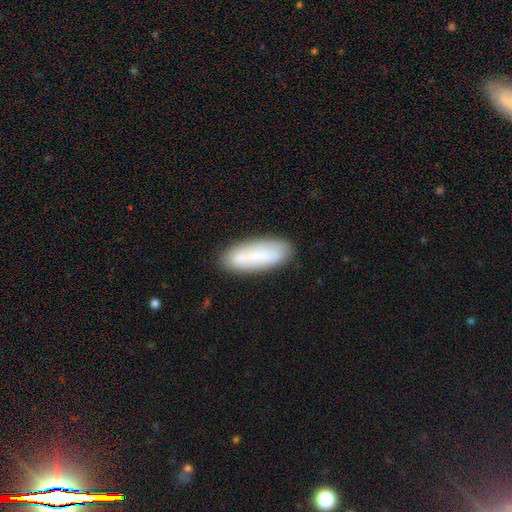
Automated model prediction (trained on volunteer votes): Morphology: type=smooth (66%); roundness=in between (61%); merging=none (78%).